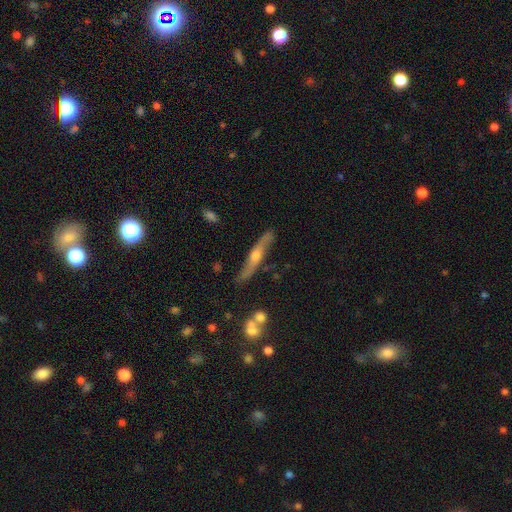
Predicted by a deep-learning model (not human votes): The model was most divided on "smooth or featured": featured or disk: 75%, smooth: 18%, star or artifact: 7%. More confident: edge-on bulge — rounded (88%); edge-on disk — yes (85%); merging — none (80%).